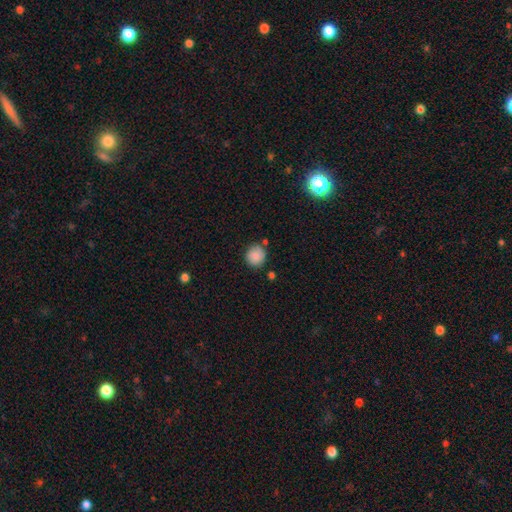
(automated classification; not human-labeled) Q: Smooth or featured?
A: smooth (87%); runner-up: star or artifact (8%)
Q: How rounded?
A: round (90%); runner-up: in between (9%)
Q: Merging?
A: none (81%); runner-up: minor disturbance (12%)